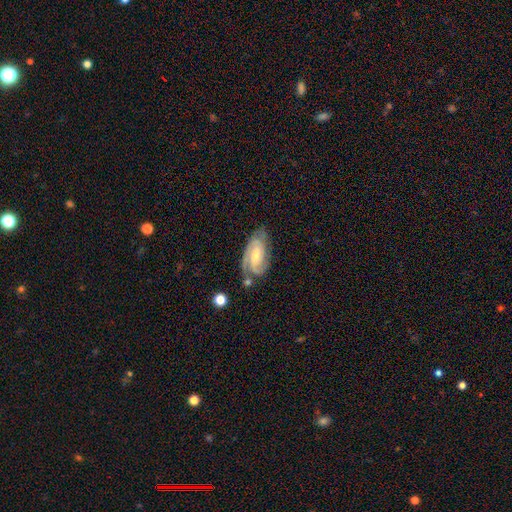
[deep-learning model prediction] Morphology: type=featured or disk (82%); edge-on=no (95%); bar=weak (46%); spiral arms=yes (96%); winding=tight (52%); arm count=2 (64%); bulge=small (55%); merging=none (63%).